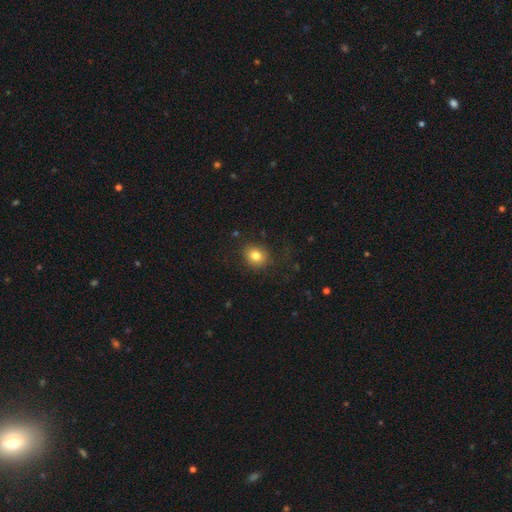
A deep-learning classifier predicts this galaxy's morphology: This is clearly a smooth galaxy (81%). How rounded: likely round (66%). Merging: clearly none (83%).